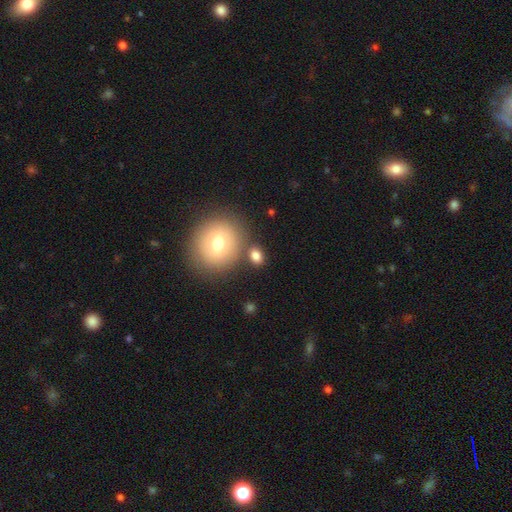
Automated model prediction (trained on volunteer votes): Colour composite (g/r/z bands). It shows a smooth galaxy with no disk features (81%) that is in between round and cigar-shaped (55%). Merging: none (71%).